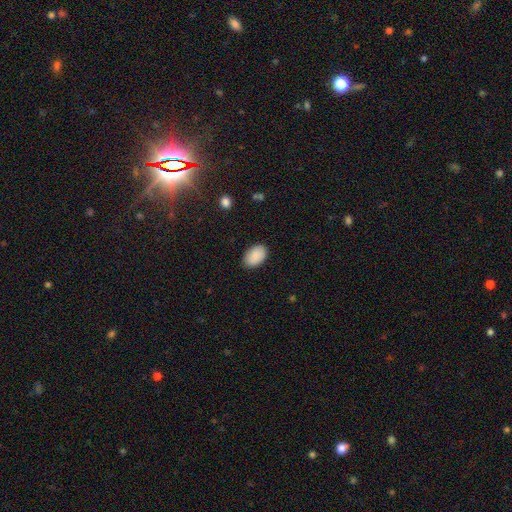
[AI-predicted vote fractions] smooth_or_featured: smooth (p=0.90) [alt: star or artifact p=0.06]
how_rounded: in between (p=0.91) [alt: round p=0.08]
merging: none (p=0.87) [alt: minor disturbance p=0.10]